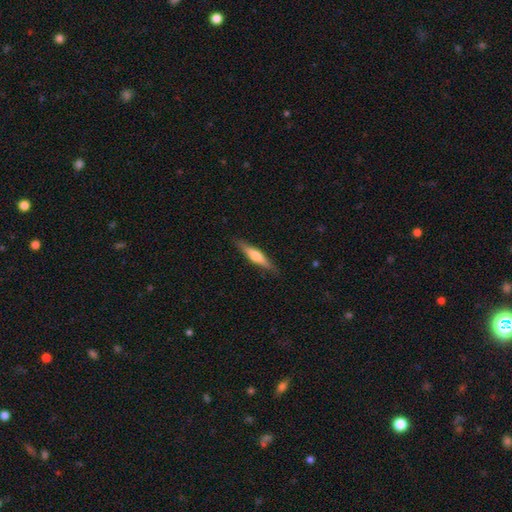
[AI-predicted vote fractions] Morphology: type=featured or disk (49%); merging=none (88%).